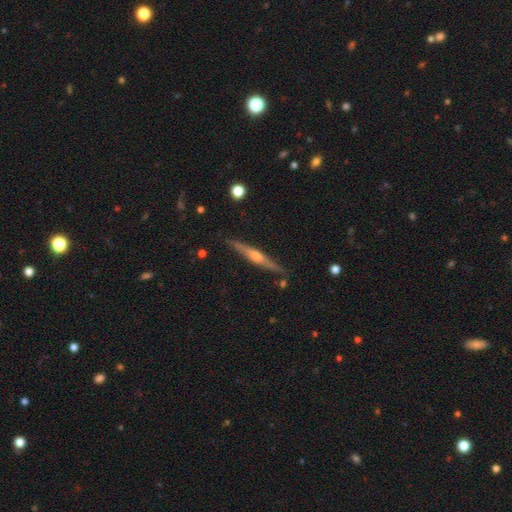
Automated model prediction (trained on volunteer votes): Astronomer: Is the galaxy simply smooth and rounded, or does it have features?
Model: featured or disk — 76%.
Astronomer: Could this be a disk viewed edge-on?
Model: yes — 98%.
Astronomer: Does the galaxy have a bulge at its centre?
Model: rounded — 87%.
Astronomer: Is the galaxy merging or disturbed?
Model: none — 88%.